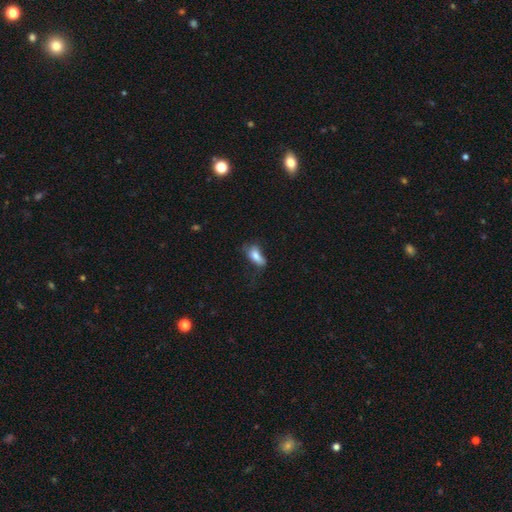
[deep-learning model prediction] smooth_or_featured: smooth (p=0.76) [alt: featured or disk p=0.15]
how_rounded: in between (p=0.84) [alt: cigar-shaped p=0.11]
merging: none (p=0.39) [alt: minor disturbance p=0.32]